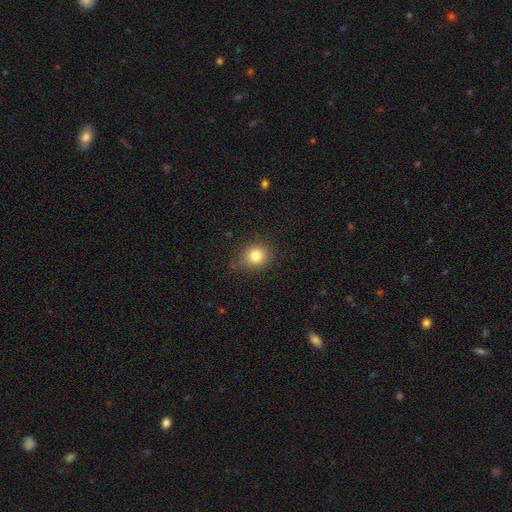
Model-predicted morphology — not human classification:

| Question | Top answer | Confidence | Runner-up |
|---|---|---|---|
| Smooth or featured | smooth | 81% | star or artifact (12%) |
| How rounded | round | 80% | in between (19%) |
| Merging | none | 78% | minor disturbance (17%) |